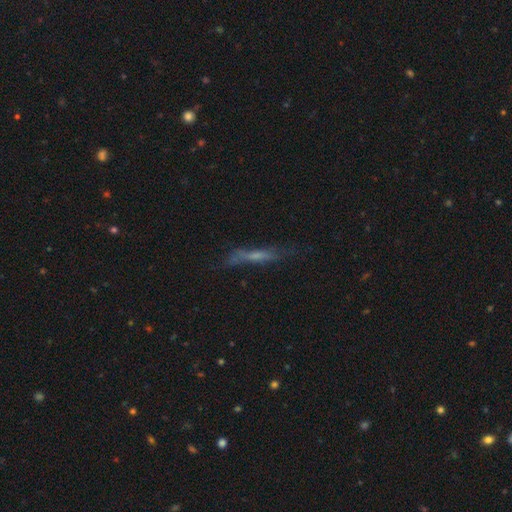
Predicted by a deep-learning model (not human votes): Smooth or featured: featured or disk — 48% (smooth — 39%)
Merging: none — 63% (minor disturbance — 22%)